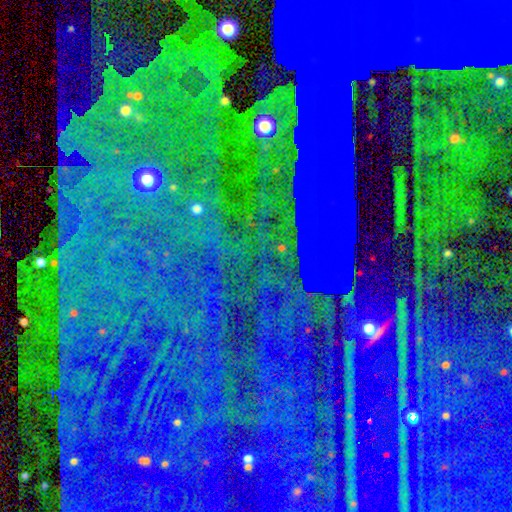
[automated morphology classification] type=star or artifact (86%).